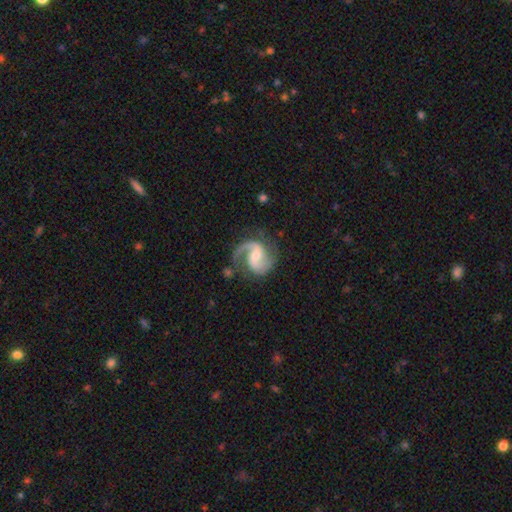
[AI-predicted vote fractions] This is clearly a featured or disk galaxy (90%). It is clearly not viewed edge-on (98%). Bar: possibly weak (50%). Spiral arm pattern: clearly yes (98%). Spiral arm count: clearly 2 (85%). Spiral winding: possibly medium (55%). Central bulge: possibly moderate (50%). Merging: likely none (68%).